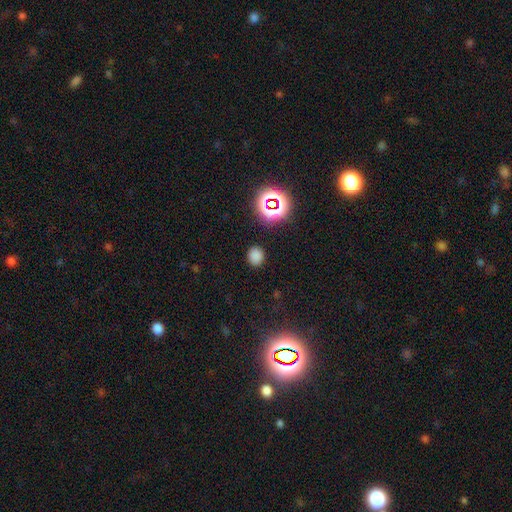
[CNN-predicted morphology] The model was most divided on "how rounded": round: 76%, in between: 23%, cigar-shaped: 1%. More confident: merging — none (87%); smooth or featured — smooth (75%).